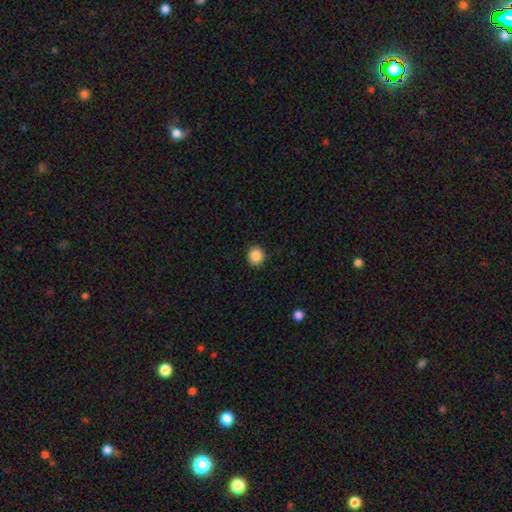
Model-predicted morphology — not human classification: A smooth galaxy with no disk features (87%) that is round (87%). Merging: none (91%).